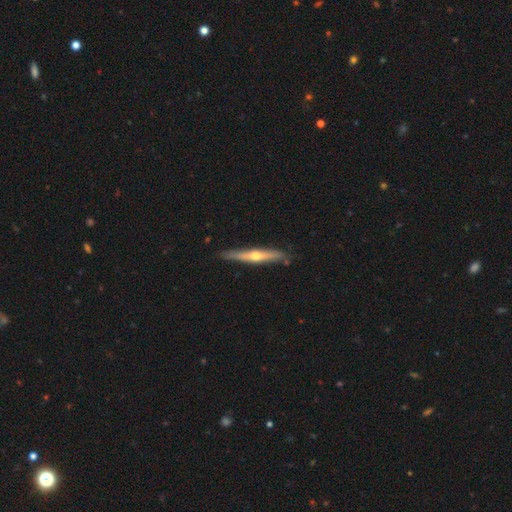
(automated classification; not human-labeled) smooth_or_featured: featured or disk (p=0.64) [alt: smooth p=0.31]
disk_edge_on: yes (p=0.95) [alt: no p=0.05]
edge_on_bulge: rounded (p=0.89) [alt: none p=0.09]
merging: none (p=0.85) [alt: minor disturbance p=0.11]